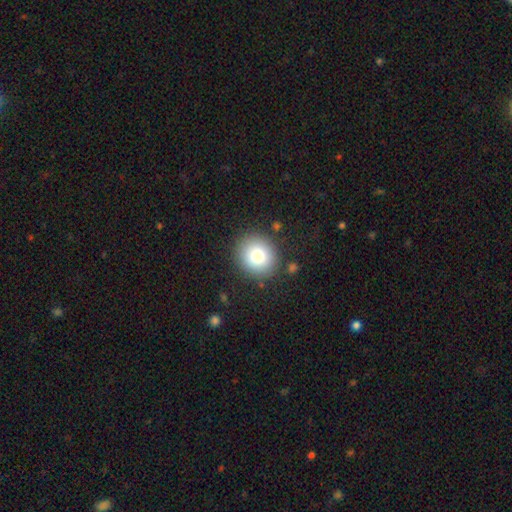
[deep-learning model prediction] smooth-or-featured: smooth: 80% | star or artifact: 10% | featured or disk: 9%
  how-rounded: round: 87% | in between: 13% | cigar-shaped: 1%
  merging: none: 87% | minor disturbance: 8% | major disturbance: 3% | merger: 2%